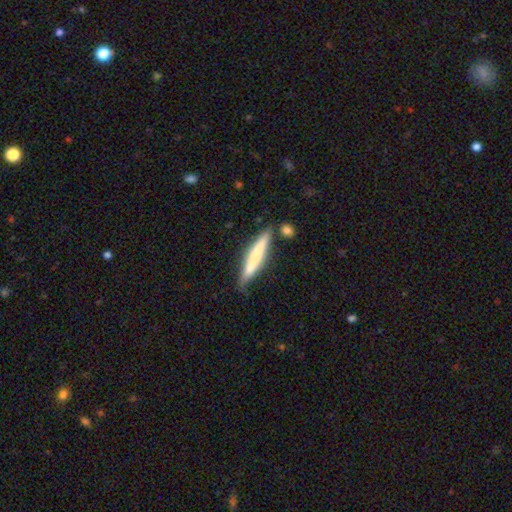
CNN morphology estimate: type=smooth (60%); roundness=cigar-shaped (92%); merging=none (75%).